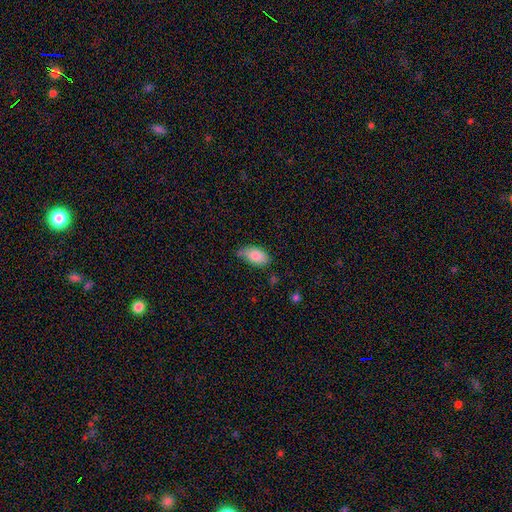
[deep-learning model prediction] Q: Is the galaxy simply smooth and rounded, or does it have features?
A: smooth — 84%.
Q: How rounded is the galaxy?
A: in between — 94%.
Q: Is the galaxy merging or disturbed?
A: none — 63%.